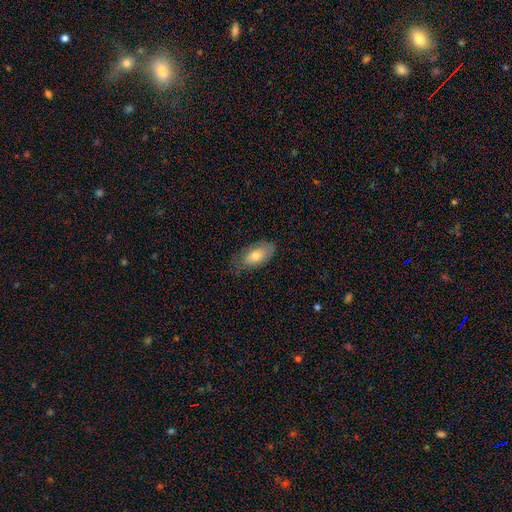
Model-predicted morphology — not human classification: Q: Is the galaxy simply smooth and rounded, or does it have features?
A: smooth — 69%.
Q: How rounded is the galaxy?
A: in between — 92%.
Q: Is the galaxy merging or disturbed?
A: none — 66%.